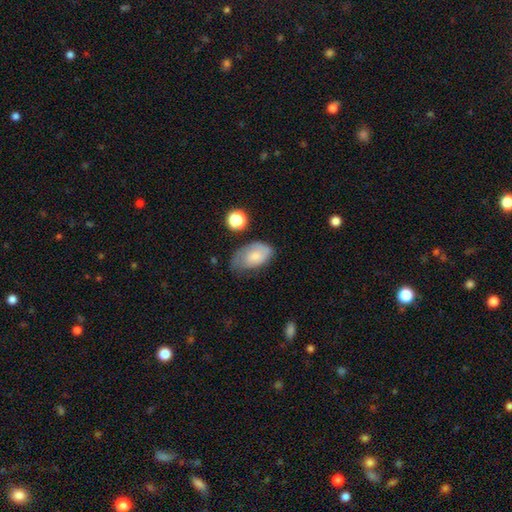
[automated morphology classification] Smooth or featured? Predicted: smooth (p=0.66). How rounded? Predicted: in between (p=0.90). Merging? Predicted: none (p=0.43).